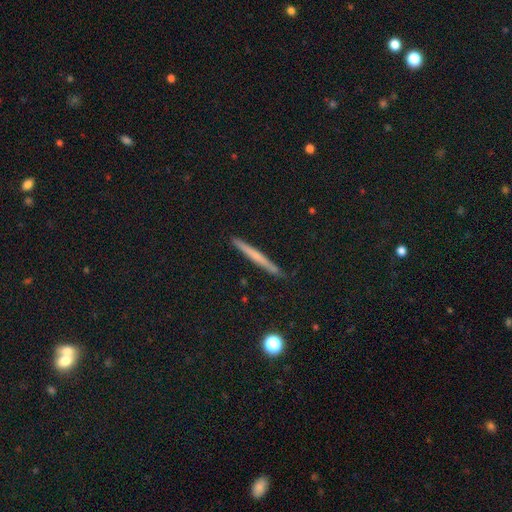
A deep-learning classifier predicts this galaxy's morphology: Smooth or featured? Predicted: smooth (p=0.49). Merging? Predicted: none (p=0.90).